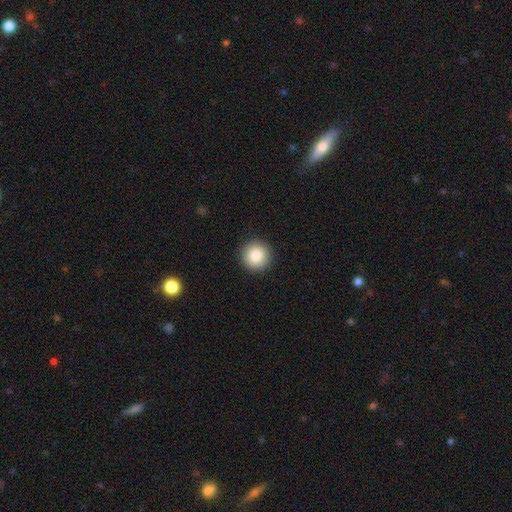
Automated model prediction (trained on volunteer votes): This appears to be a smooth galaxy with no disk features (87%) that is round (95%). Merging: none (92%).